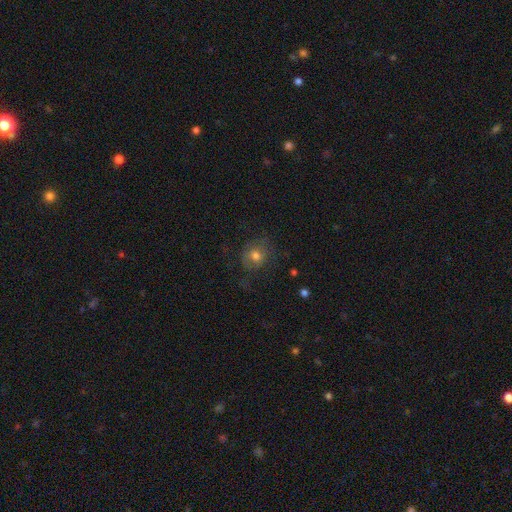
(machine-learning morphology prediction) Smooth or featured? Predicted: smooth (p=0.69). How rounded? Predicted: round (p=0.74). Merging? Predicted: none (p=0.65).